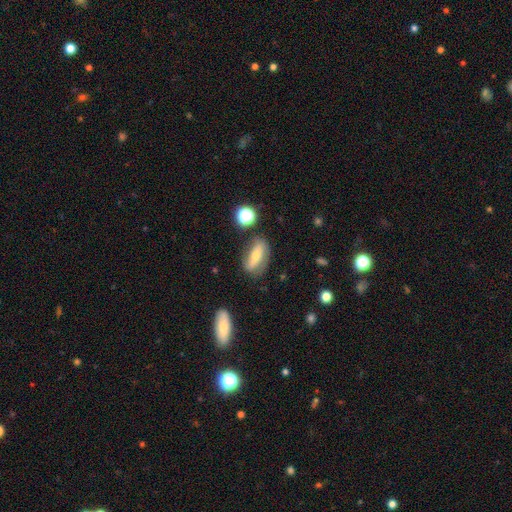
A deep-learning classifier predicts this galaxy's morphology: Smooth or featured? featured or disk (49%)
Merging? none (70%)